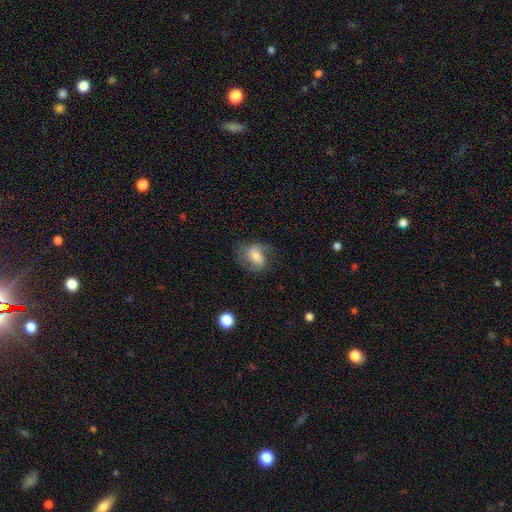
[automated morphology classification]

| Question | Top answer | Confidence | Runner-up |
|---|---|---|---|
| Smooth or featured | smooth | 47% | featured or disk (45%) |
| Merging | none | 56% | minor disturbance (25%) |